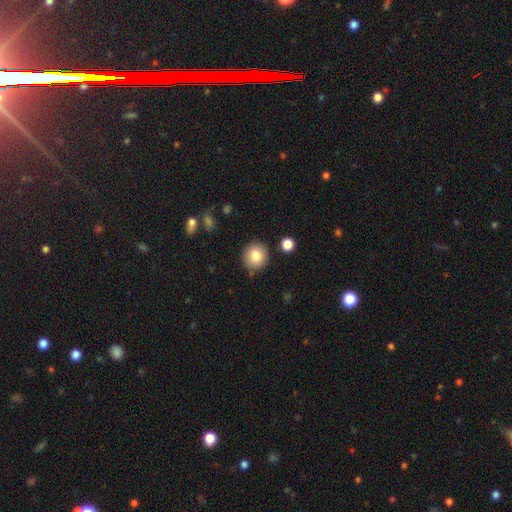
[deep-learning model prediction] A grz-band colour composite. It shows a smooth galaxy with no disk features (82%) that is round (93%). Merging: none (87%).